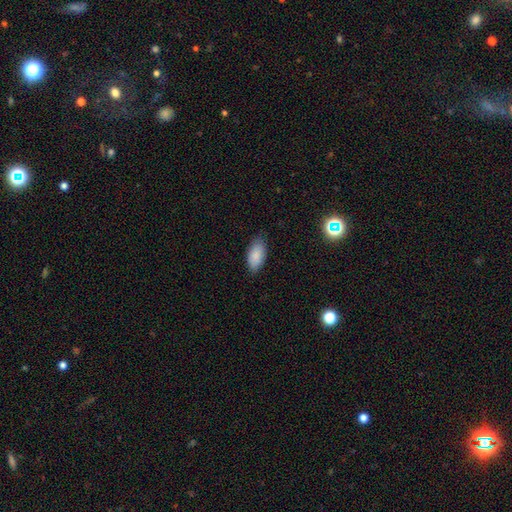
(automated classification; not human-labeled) Overall: smooth (87%). How rounded: in between (93%). Merging: none (82%).